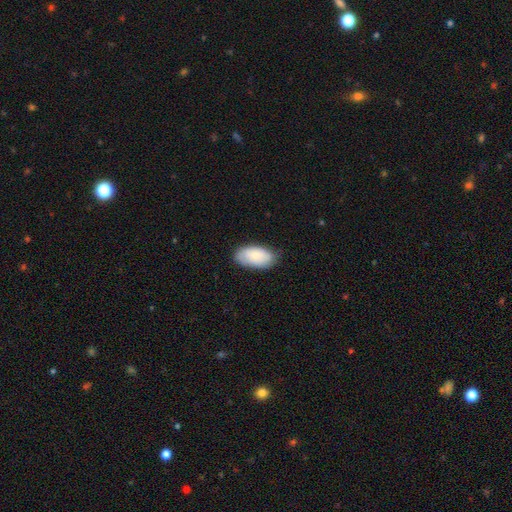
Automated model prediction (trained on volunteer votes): smooth 80%, featured or disk 14%, star or artifact 6%. Down the decision tree: how rounded — in between (95%); merging — none (74%).